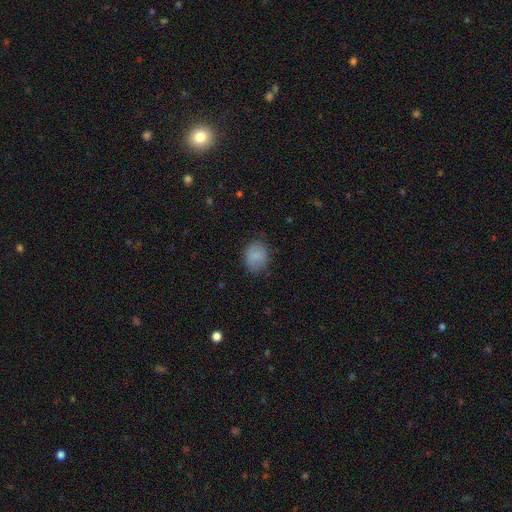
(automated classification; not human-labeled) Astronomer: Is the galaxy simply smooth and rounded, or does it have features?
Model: smooth — 85%.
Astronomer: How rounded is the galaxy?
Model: round — 51% (runner-up: in between, 48%).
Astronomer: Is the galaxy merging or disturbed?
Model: none — 76%.